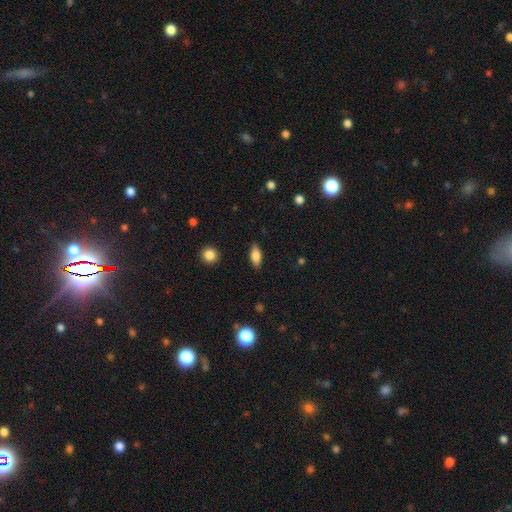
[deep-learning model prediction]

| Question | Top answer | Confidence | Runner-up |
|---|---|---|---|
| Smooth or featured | smooth | 81% | featured or disk (12%) |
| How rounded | in between | 83% | cigar-shaped (14%) |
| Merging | none | 86% | minor disturbance (10%) |